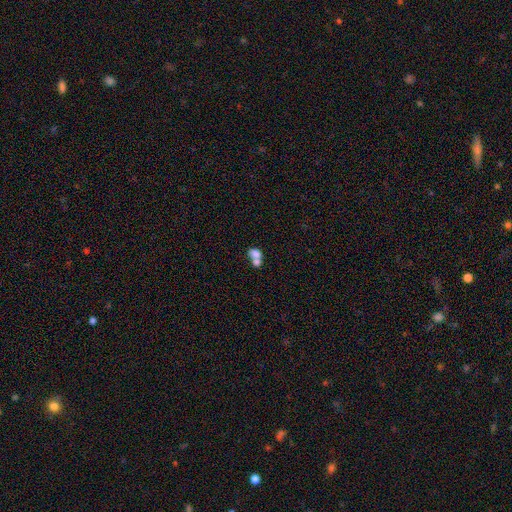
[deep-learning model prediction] This is likely a smooth galaxy (74%). How rounded: likely in between (66%). Merging: likely merger (71%).